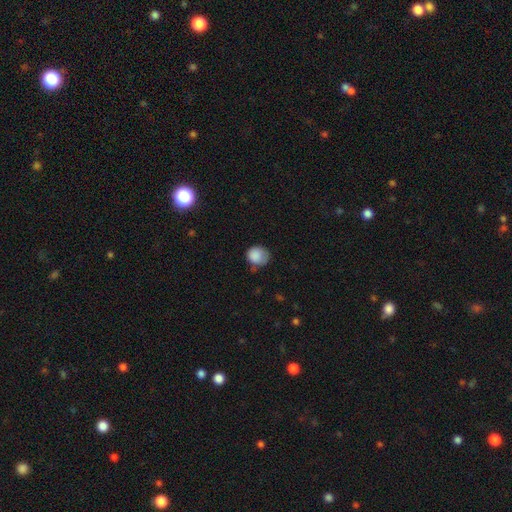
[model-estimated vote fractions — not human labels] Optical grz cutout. It shows a smooth galaxy with no disk features (85%) that is round (75%). Merging: none (55%).